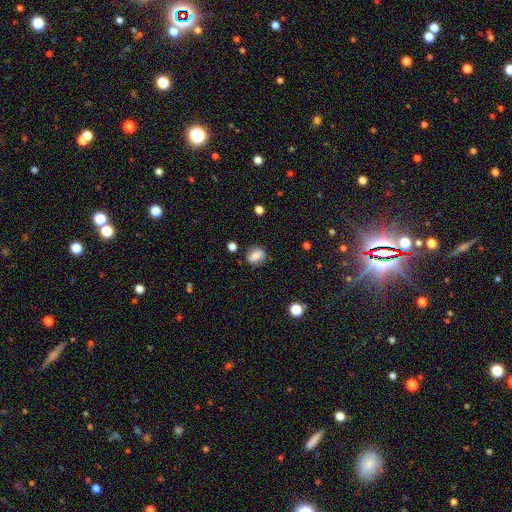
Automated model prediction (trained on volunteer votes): This is clearly a smooth galaxy (81%). How rounded: likely in between (62%). Merging: likely none (75%).